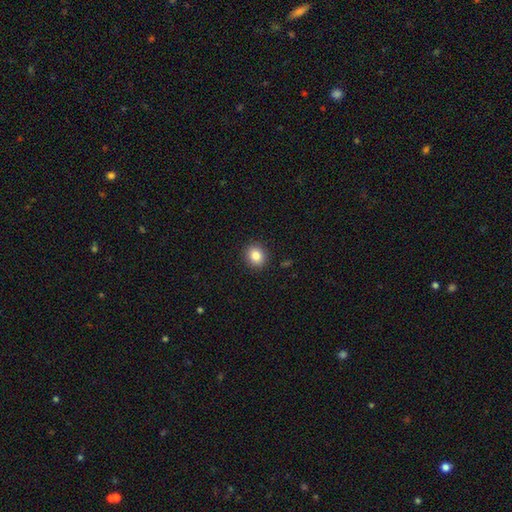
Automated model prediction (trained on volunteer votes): Smooth or featured: smooth — 84% (star or artifact — 10%)
How rounded: round — 68% (in between — 31%)
Merging: none — 91% (minor disturbance — 6%)